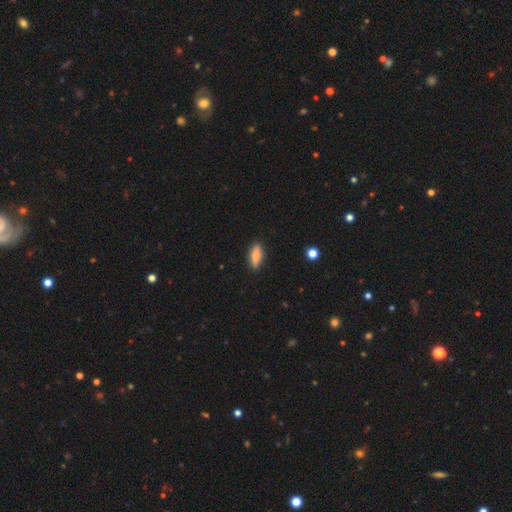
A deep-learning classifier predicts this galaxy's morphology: This is likely a smooth galaxy (77%). How rounded: likely in between (63%). Merging: clearly none (86%).